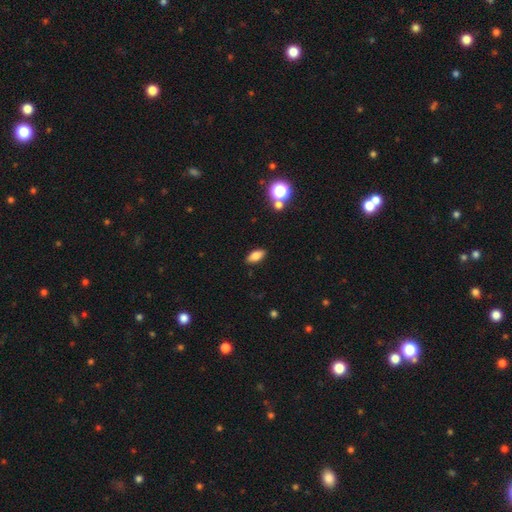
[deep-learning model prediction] A smooth galaxy with no disk features (79%) that is in between round and cigar-shaped (85%). Merging: none (88%).